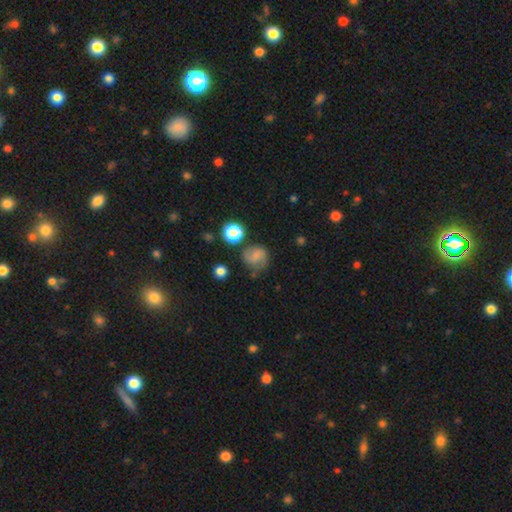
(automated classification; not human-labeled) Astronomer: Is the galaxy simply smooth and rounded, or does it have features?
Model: smooth — 51% (runner-up: featured or disk, 36%).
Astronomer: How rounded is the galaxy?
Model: round — 80%.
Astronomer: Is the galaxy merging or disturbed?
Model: none — 62%.